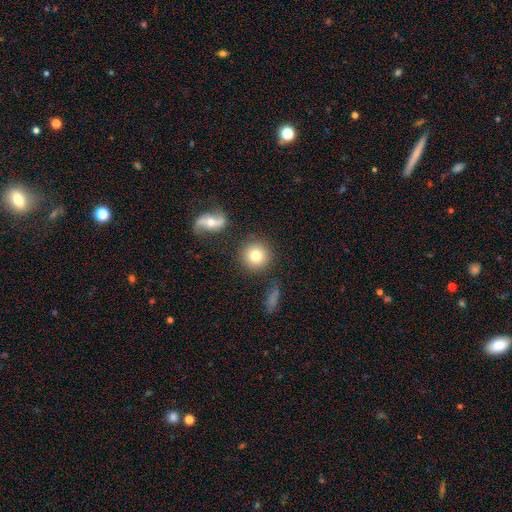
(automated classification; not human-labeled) A smooth galaxy with no disk features (79%) that is round (93%). Merging: none (83%).